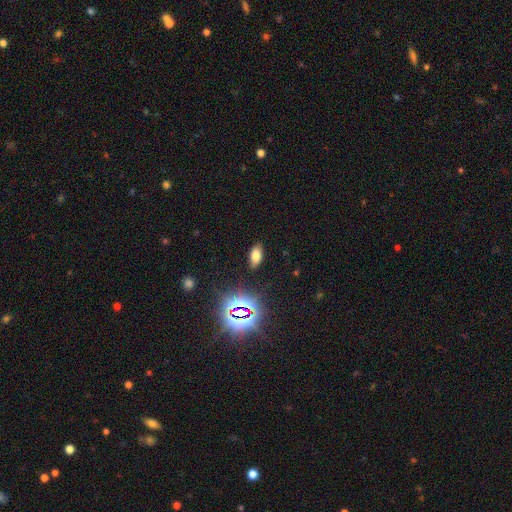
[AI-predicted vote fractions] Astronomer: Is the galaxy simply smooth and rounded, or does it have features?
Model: smooth — 67%.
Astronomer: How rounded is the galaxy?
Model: in between — 89%.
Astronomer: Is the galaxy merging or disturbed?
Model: none — 86%.